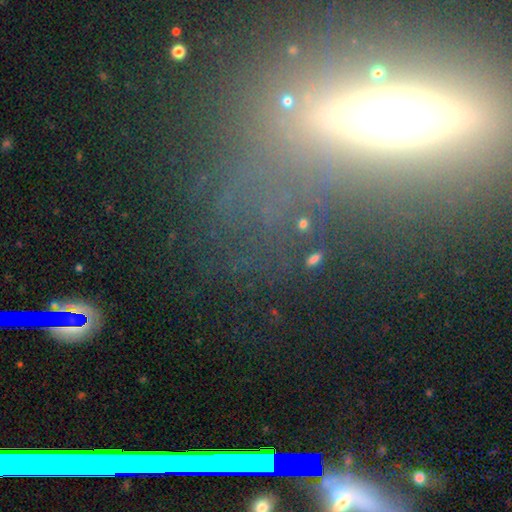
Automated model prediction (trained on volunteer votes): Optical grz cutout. It shows a star or artifact, not a galaxy (50%).